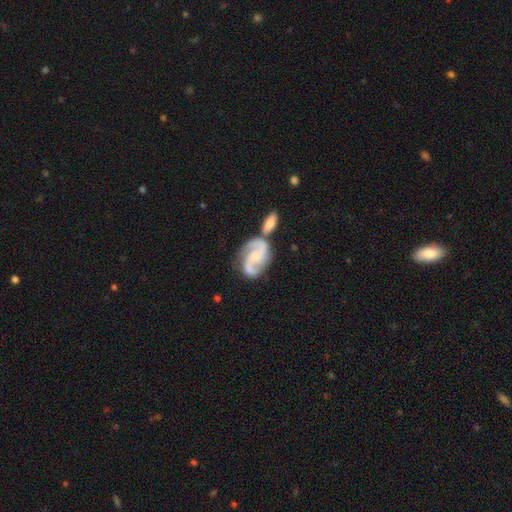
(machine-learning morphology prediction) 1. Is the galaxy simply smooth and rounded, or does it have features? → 86% featured or disk, 9% smooth, 5% star or artifact.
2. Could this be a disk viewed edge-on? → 98% no, 2% yes.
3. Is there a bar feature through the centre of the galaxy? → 51% no, 38% weak, 11% strong.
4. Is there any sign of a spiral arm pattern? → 97% yes, 3% no.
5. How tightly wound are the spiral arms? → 52% medium, 30% loose, 17% tight.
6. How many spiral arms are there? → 84% 2, 7% 3, 4% can't tell, 2% 1, 1% 4, 1% more than 4.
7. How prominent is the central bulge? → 53% small, 23% moderate, 20% none, 2% large, 1% dominant.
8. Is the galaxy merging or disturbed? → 43% none, 33% merger, 16% minor disturbance, 8% major disturbance.